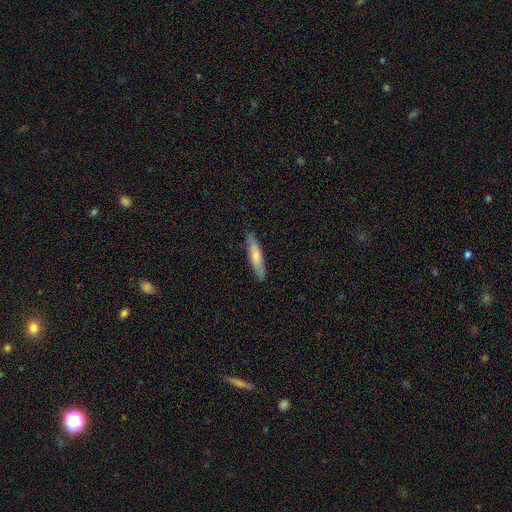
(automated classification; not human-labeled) This appears to be a smooth galaxy with no disk features (69%) that is cigar-shaped (85%). Merging: none (86%).